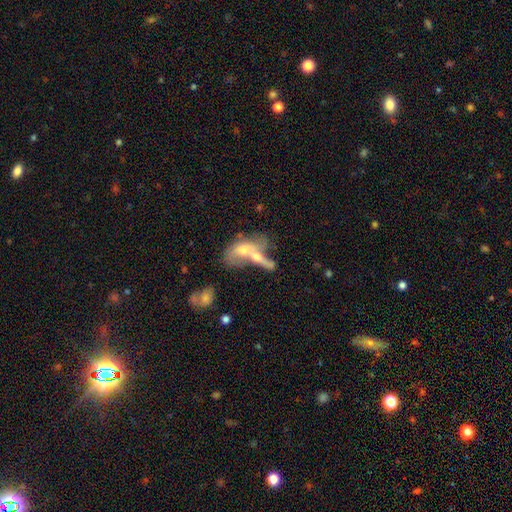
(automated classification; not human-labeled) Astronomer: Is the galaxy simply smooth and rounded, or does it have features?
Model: featured or disk — 46% (runner-up: smooth, 43%).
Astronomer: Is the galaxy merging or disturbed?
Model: merger — 65%.